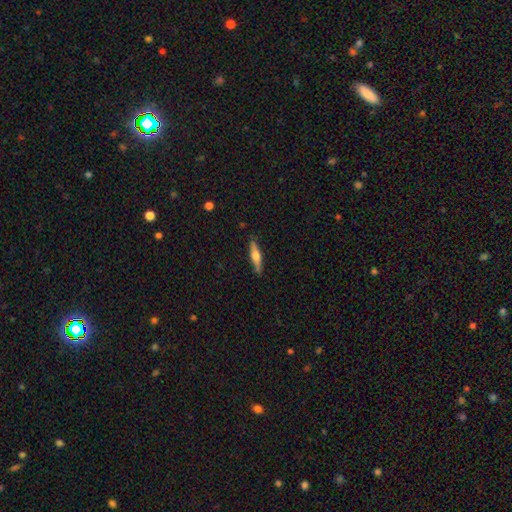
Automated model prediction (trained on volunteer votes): This appears to be a featured or disk galaxy (53%) viewed edge-on (95%) with a rounded central bulge (88%). Merging: none (87%).